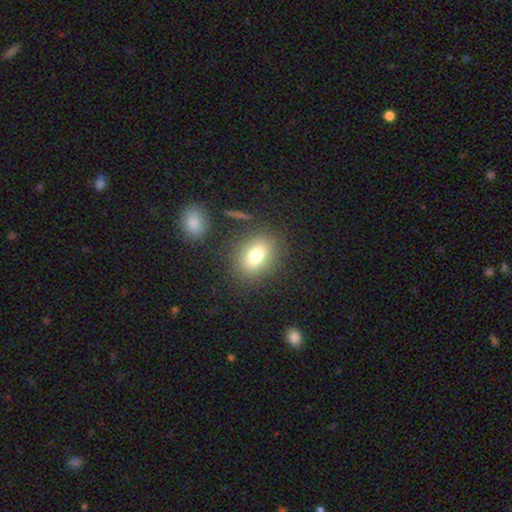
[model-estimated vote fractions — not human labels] A smooth galaxy with no disk features (75%) that is in between round and cigar-shaped (53%). Merging: none (83%).